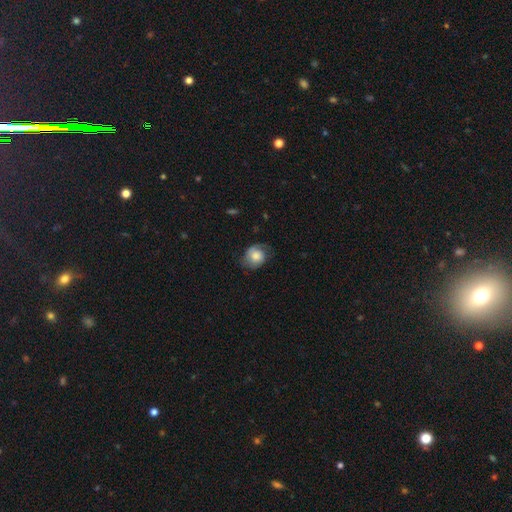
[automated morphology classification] This appears to be a smooth galaxy with no disk features (55%) that is round (59%). Merging: none (55%).